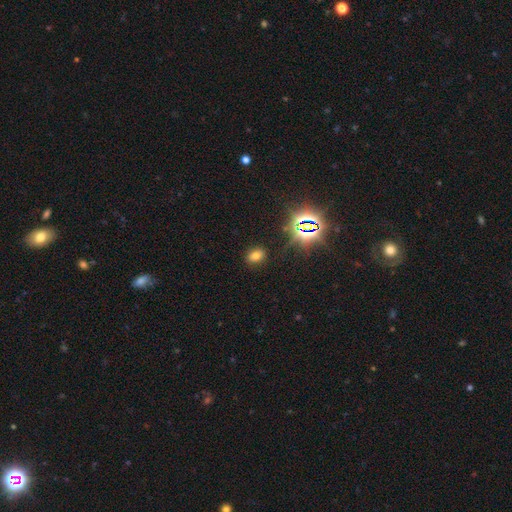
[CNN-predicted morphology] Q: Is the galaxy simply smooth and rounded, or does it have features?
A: smooth — 62%.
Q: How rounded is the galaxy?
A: in between — 71%.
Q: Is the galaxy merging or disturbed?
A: none — 86%.